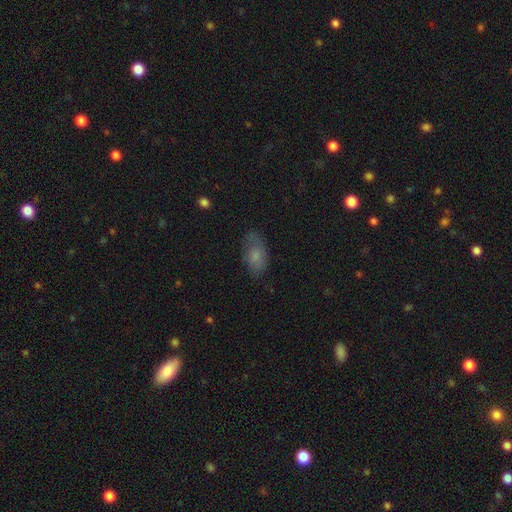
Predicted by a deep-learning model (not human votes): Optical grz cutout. It shows a smooth galaxy with no disk features (71%) that is in between round and cigar-shaped (91%). Merging: none (68%).